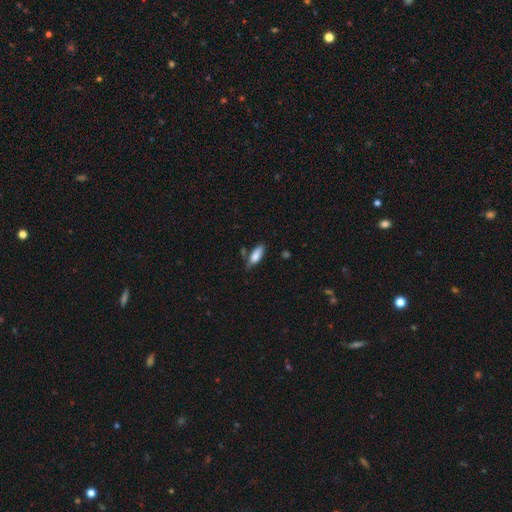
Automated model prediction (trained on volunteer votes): Smooth or featured?
  - smooth: 83% *
  - featured or disk: 10%
  - star or artifact: 7%
How rounded?
  - in between: 68% *
  - cigar-shaped: 30%
  - round: 2%
Merging?
  - none: 65% *
  - minor disturbance: 24%
  - merger: 6%
  - major disturbance: 5%